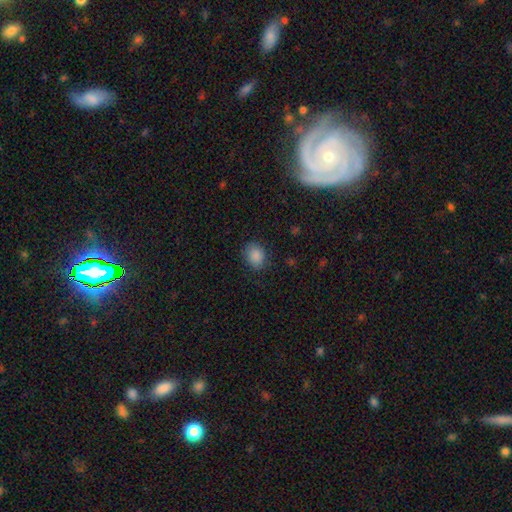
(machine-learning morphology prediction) Q: Smooth or featured?
A: smooth (87%); runner-up: star or artifact (9%)
Q: How rounded?
A: round (54%); runner-up: in between (45%)
Q: Merging?
A: none (82%); runner-up: minor disturbance (13%)